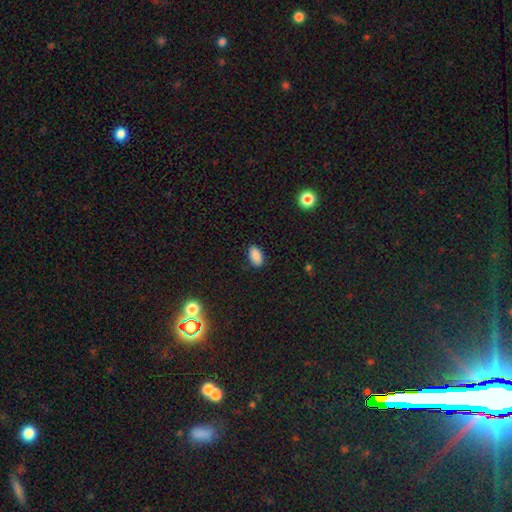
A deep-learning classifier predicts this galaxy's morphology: smooth-or-featured: smooth: 88% | star or artifact: 9% | featured or disk: 3%
  how-rounded: in between: 93% | round: 6% | cigar-shaped: 2%
  merging: none: 88% | minor disturbance: 9% | major disturbance: 2% | merger: 1%